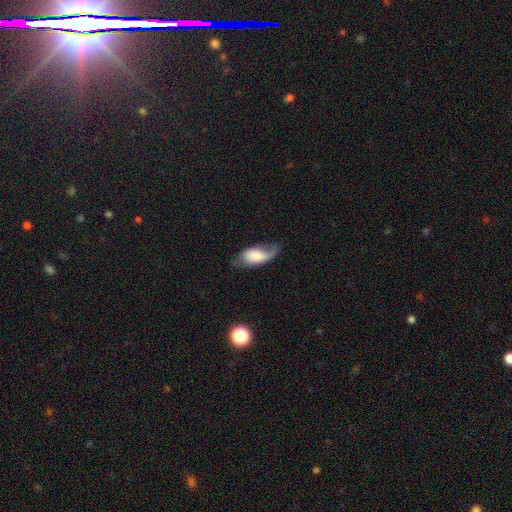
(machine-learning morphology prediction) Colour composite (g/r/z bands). It shows a smooth galaxy with no disk features (58%) that is in between round and cigar-shaped (90%). Merging: none (46%).